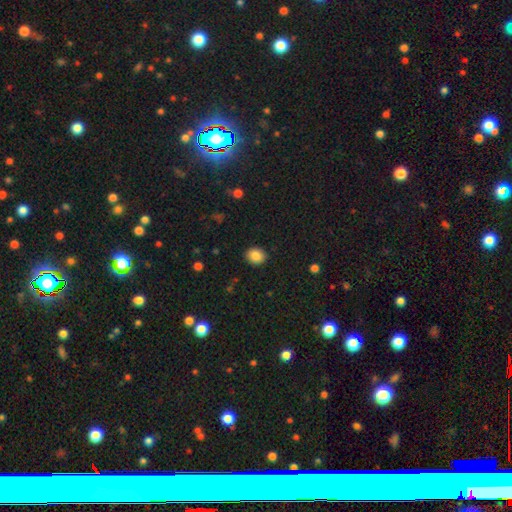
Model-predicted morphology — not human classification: Smooth or featured?
  - smooth: 85% *
  - star or artifact: 9%
  - featured or disk: 6%
How rounded?
  - round: 66% *
  - in between: 33%
  - cigar-shaped: 1%
Merging?
  - none: 90% *
  - minor disturbance: 7%
  - major disturbance: 2%
  - merger: 1%